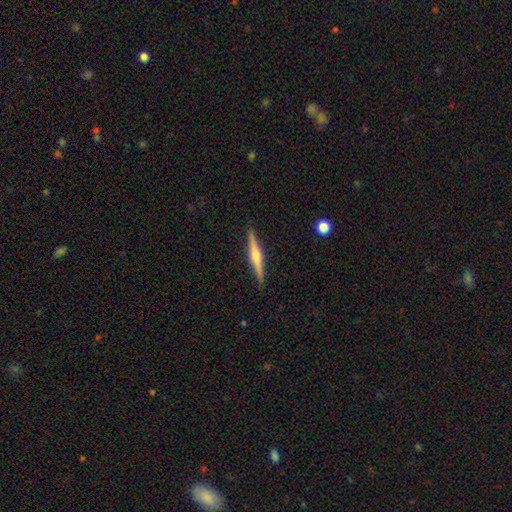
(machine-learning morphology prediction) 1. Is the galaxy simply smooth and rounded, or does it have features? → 68% featured or disk, 26% smooth, 6% star or artifact.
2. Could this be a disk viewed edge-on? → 98% yes, 2% no.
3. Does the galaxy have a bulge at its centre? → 80% rounded, 10% boxy, 10% none.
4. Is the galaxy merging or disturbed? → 91% none, 7% minor disturbance, 1% major disturbance, 1% merger.